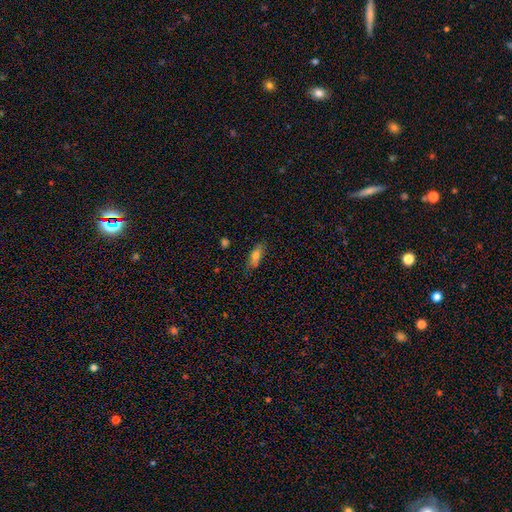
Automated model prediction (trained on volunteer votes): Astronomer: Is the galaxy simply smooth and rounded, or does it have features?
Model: smooth — 73%.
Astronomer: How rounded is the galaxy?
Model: in between — 75%.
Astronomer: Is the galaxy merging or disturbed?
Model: none — 78%.